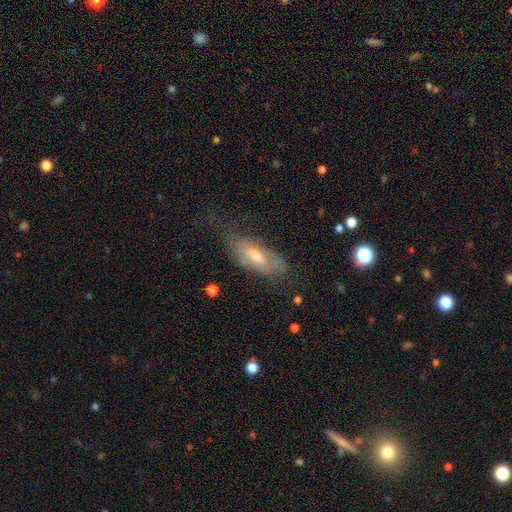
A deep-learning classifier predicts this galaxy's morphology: Smooth or featured? Predicted: featured or disk (p=0.46, tied with smooth). Merging? Predicted: none (p=0.46).